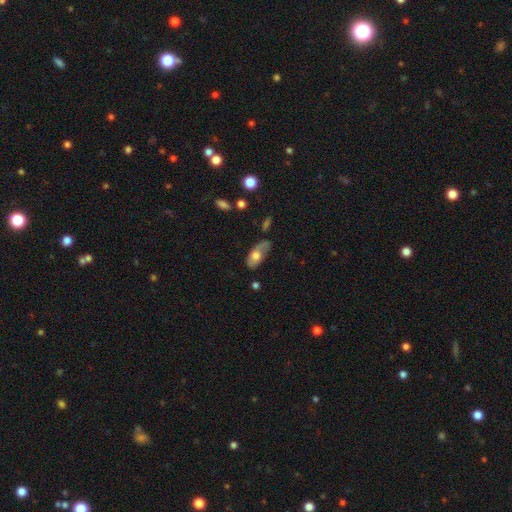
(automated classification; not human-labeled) Morphology: type=smooth (61%); roundness=in between (86%); merging=none (45%).